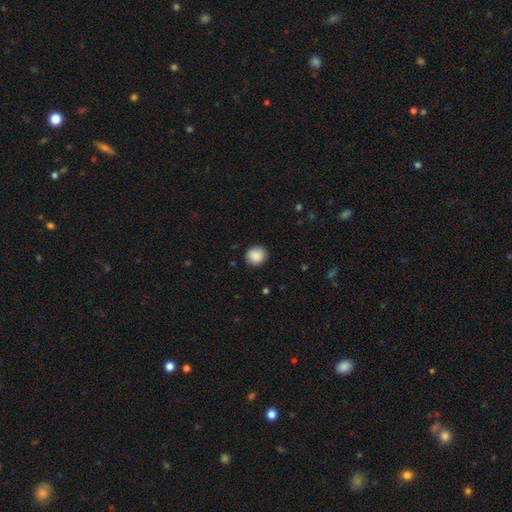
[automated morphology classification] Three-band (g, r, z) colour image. It shows a smooth galaxy with no disk features (88%) that is round (87%). Merging: none (88%).